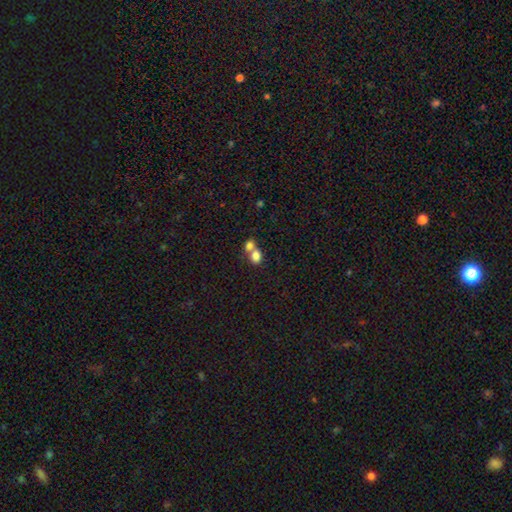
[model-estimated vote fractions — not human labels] Smooth or featured? smooth (80%)
How rounded? in between (62%)
Merging? merger (66%)